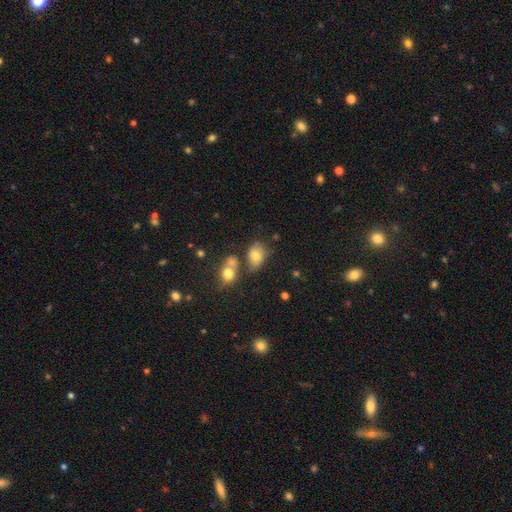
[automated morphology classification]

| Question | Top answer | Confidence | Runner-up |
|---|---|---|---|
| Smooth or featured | smooth | 73% | featured or disk (15%) |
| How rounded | in between | 72% | round (26%) |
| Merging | none | 51% | merger (24%) |